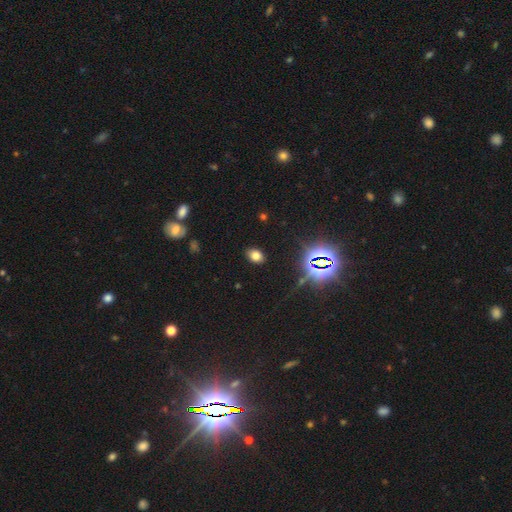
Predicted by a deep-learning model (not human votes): The model was most divided on "how rounded": in between: 73%, round: 26%, cigar-shaped: 1%. More confident: merging — none (86%); smooth or featured — smooth (72%).